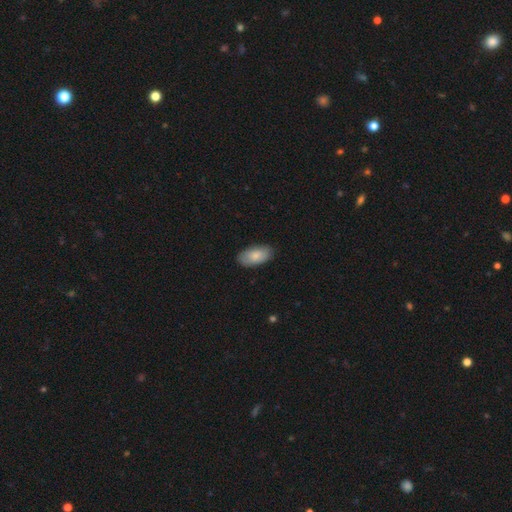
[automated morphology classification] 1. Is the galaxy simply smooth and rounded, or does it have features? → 79% smooth, 15% featured or disk, 6% star or artifact.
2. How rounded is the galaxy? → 95% in between, 3% cigar-shaped, 3% round.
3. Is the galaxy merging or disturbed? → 84% none, 13% minor disturbance, 2% major disturbance, 1% merger.